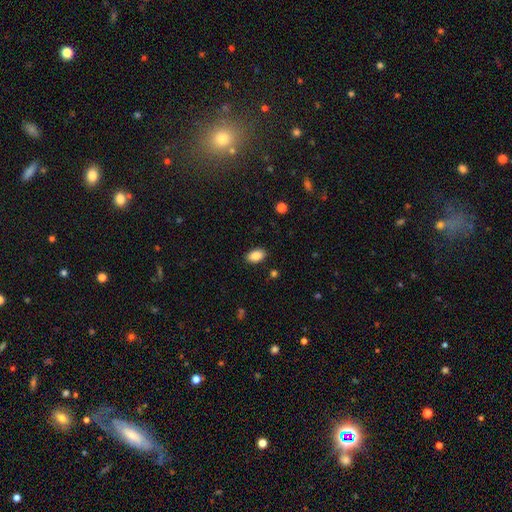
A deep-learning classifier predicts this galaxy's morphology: Smooth or featured: smooth — 88% (star or artifact — 8%)
How rounded: in between — 90% (round — 8%)
Merging: none — 88% (minor disturbance — 9%)